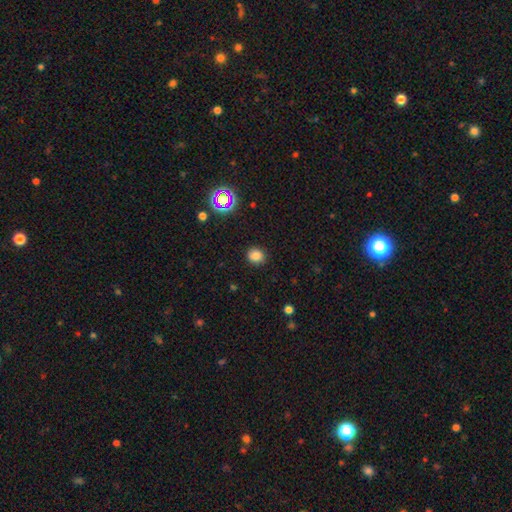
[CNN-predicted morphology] smooth-or-featured: smooth: 80% | star or artifact: 15% | featured or disk: 5%
  how-rounded: round: 74% | in between: 25% | cigar-shaped: 1%
  merging: none: 88% | minor disturbance: 8% | major disturbance: 3% | merger: 1%